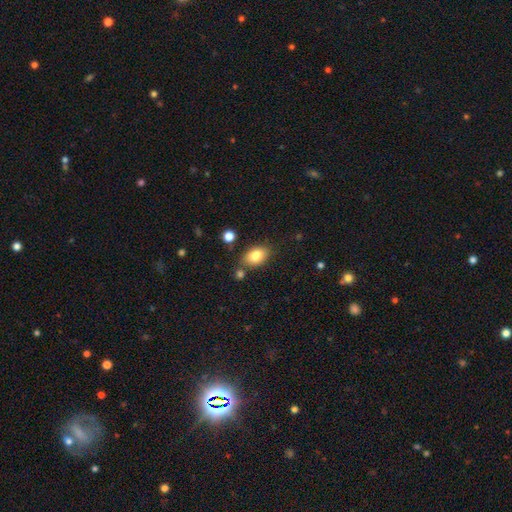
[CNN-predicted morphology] smooth 83%, featured or disk 10%, star or artifact 8%. Down the decision tree: how rounded — in between (86%); merging — none (74%).